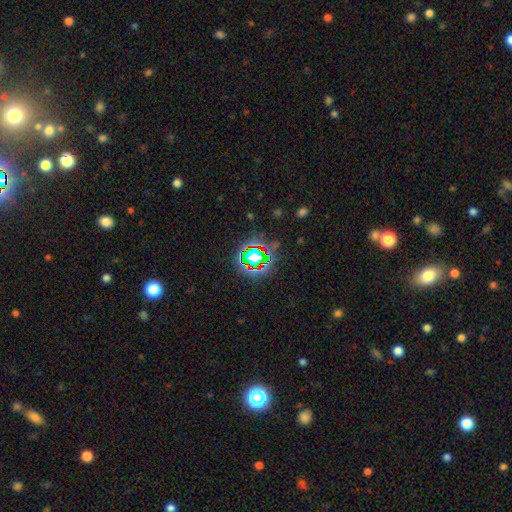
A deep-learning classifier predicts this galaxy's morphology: smooth_or_featured: star or artifact (p=0.67) [alt: smooth p=0.21]